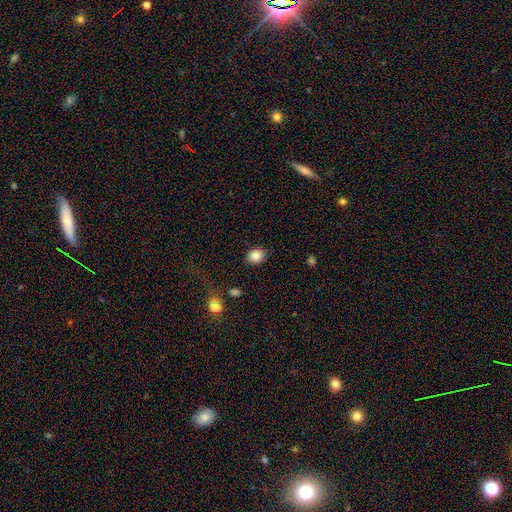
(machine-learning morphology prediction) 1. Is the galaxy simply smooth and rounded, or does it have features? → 85% smooth, 9% star or artifact, 6% featured or disk.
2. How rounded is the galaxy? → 52% round, 47% in between, 1% cigar-shaped.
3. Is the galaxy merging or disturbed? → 87% none, 9% minor disturbance, 3% major disturbance, 2% merger.